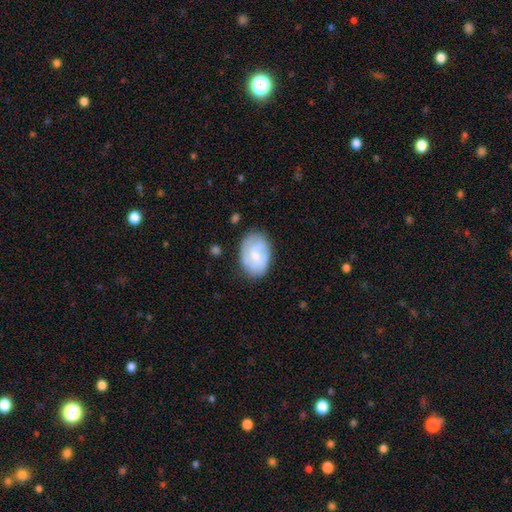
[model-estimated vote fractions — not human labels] featured or disk 50%, smooth 44%, star or artifact 6%. Down the decision tree: merging — none (72%).